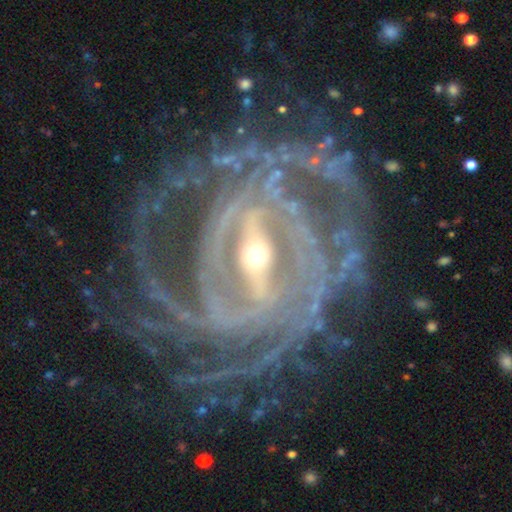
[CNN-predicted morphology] A featured or disk galaxy (92%) with a strong bar (69%), more than 4 (22%) tight (67%) spiral arms (97%) and a small central bulge (63%). Merging: none (68%).